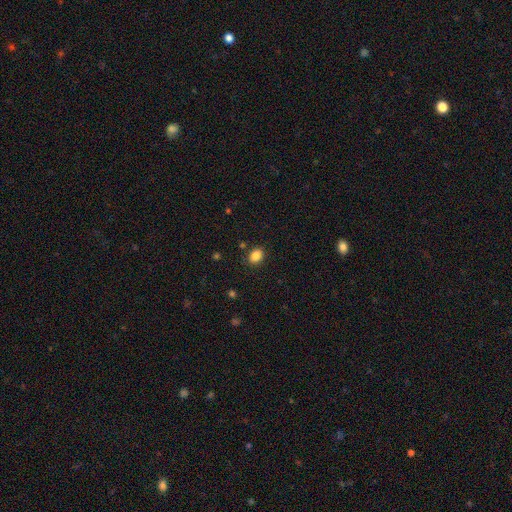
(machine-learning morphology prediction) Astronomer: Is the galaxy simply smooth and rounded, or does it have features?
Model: smooth — 86%.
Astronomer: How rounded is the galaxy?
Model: in between — 57% (runner-up: round, 42%).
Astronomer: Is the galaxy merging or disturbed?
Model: none — 86%.